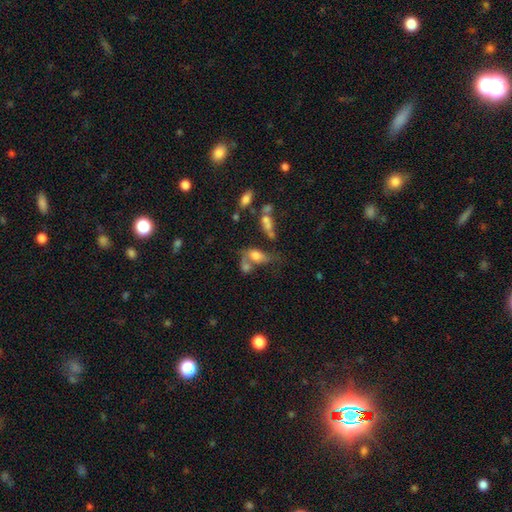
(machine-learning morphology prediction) Q: Smooth or featured?
A: smooth (66%); runner-up: featured or disk (21%)
Q: How rounded?
A: in between (84%); runner-up: round (10%)
Q: Merging?
A: merger (42%); runner-up: none (29%)